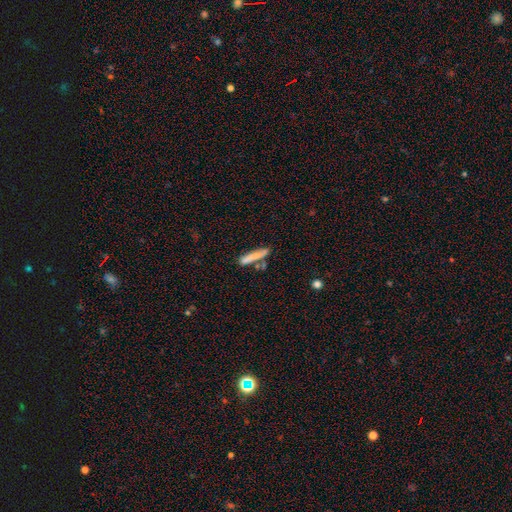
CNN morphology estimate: A smooth galaxy with no disk features (75%) that is cigar-shaped (87%).

Vote fractions:
- Smooth or featured? smooth: 75% / featured or disk: 19% / star or artifact: 7%
- How rounded? cigar-shaped: 87% / in between: 12% / round: 2%
- Merging? none: 67% / minor disturbance: 16% / merger: 13% / major disturbance: 5%